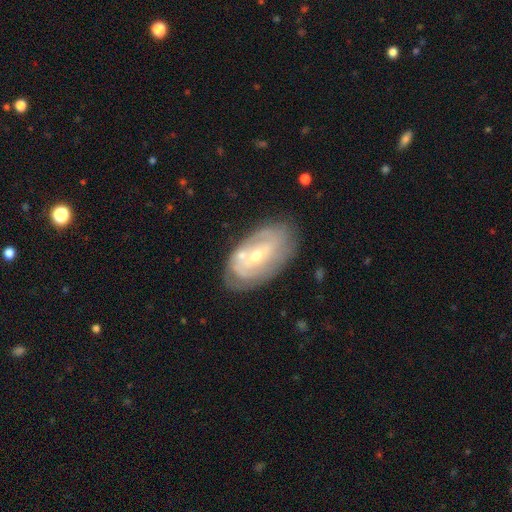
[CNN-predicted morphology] Smooth or featured? featured or disk (75%)
Edge-on disk? no (94%)
Bar? no (43%)
Spiral arms? yes (75%)
Spiral winding? tight (63%)
Spiral arm count? can't tell (45%)
Bulge size? moderate (50%)
Merging? none (68%)